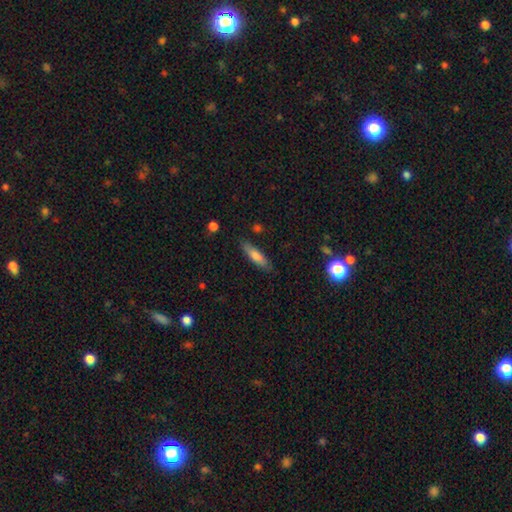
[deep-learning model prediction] smooth 71%, featured or disk 22%, star or artifact 7%. Down the decision tree: how rounded — cigar-shaped (69%); merging — none (84%).